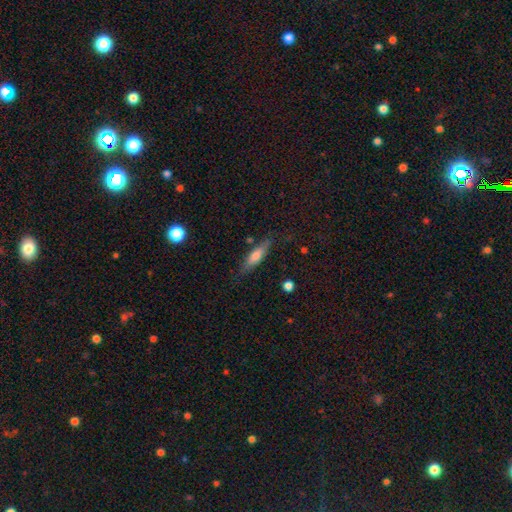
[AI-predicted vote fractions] The model was most divided on "smooth or featured": smooth: 60%, featured or disk: 32%, star or artifact: 7%. More confident: merging — none (78%); how rounded — cigar-shaped (65%).